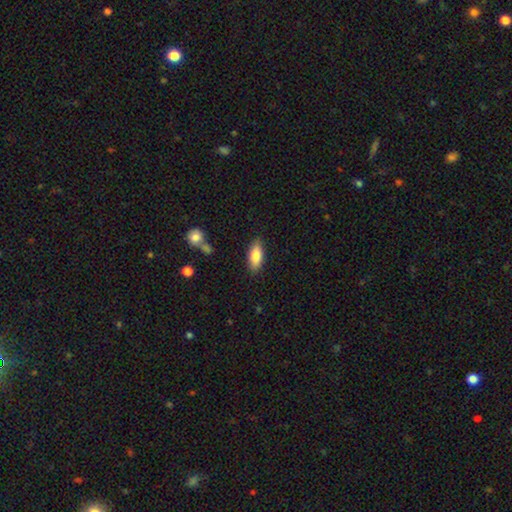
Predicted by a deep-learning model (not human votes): Smooth or featured?
  - smooth: 82% *
  - featured or disk: 12%
  - star or artifact: 6%
How rounded?
  - in between: 79% *
  - cigar-shaped: 19%
  - round: 2%
Merging?
  - none: 83% *
  - minor disturbance: 12%
  - major disturbance: 3%
  - merger: 2%